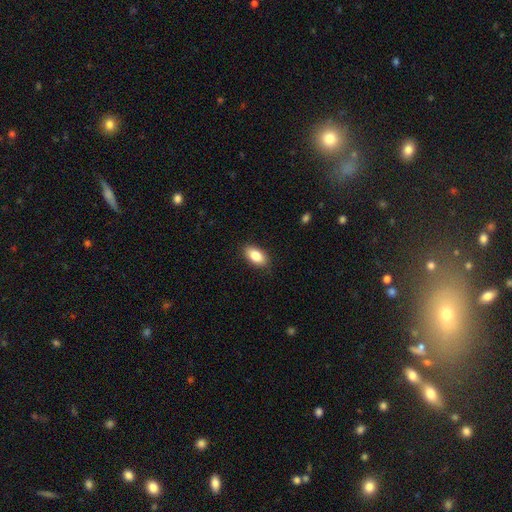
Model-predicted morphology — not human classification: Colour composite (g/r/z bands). It shows a smooth galaxy with no disk features (85%) that is in between round and cigar-shaped (91%). Merging: none (86%).